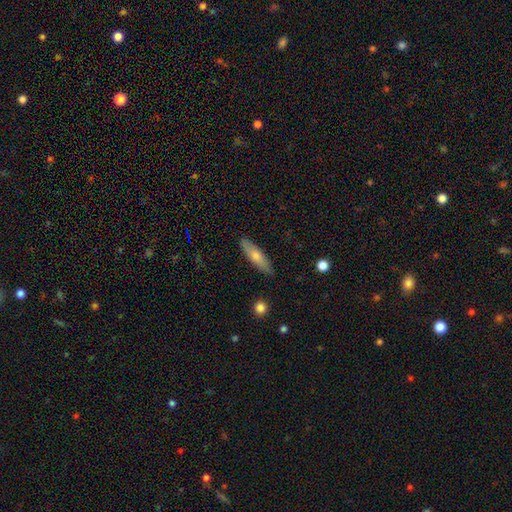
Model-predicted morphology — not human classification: A smooth galaxy with no disk features (63%) that is cigar-shaped (72%).

Vote fractions:
- Smooth or featured? smooth: 63% / featured or disk: 31% / star or artifact: 6%
- How rounded? cigar-shaped: 72% / in between: 26% / round: 2%
- Merging? none: 89% / minor disturbance: 9% / major disturbance: 2% / merger: 1%